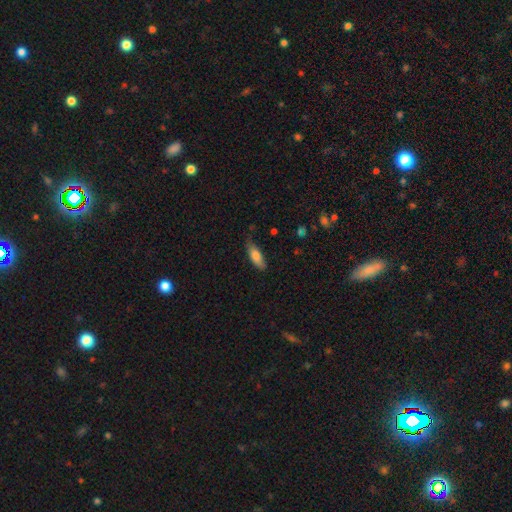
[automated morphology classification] Smooth or featured? smooth (78%)
How rounded? in between (62%)
Merging? none (67%)